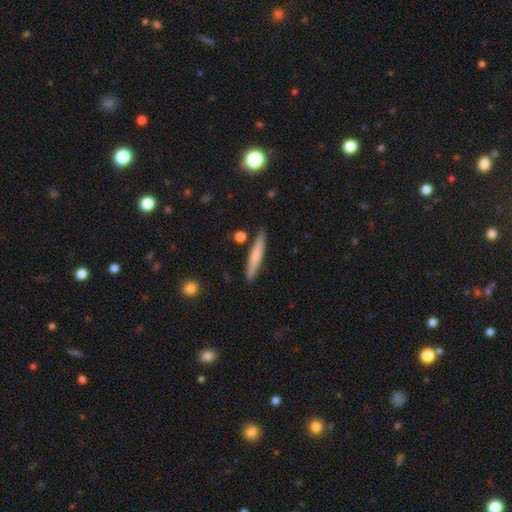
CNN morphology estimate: smooth 62%, featured or disk 32%, star or artifact 6%. Down the decision tree: how rounded — cigar-shaped (92%); merging — none (86%).